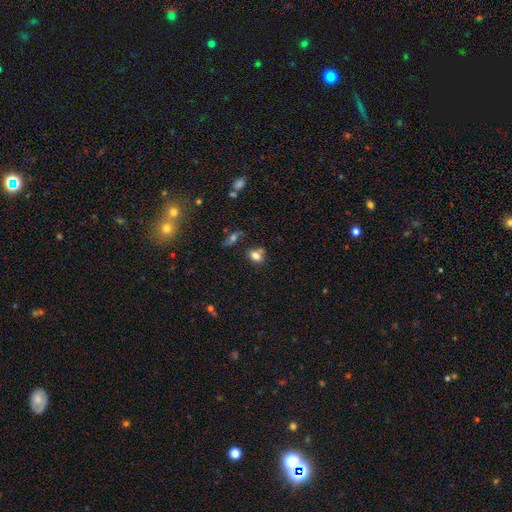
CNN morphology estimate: Smooth or featured? Predicted: smooth (p=0.77). How rounded? Predicted: in between (p=0.64). Merging? Predicted: none (p=0.55).